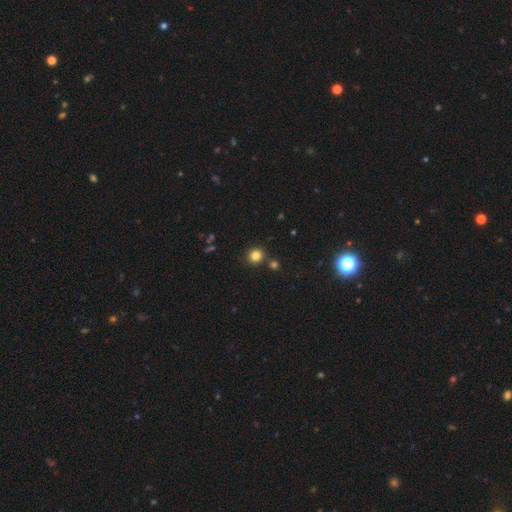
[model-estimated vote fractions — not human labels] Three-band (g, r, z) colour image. It shows a smooth galaxy with no disk features (82%) that is round (88%). Merging: none (82%).